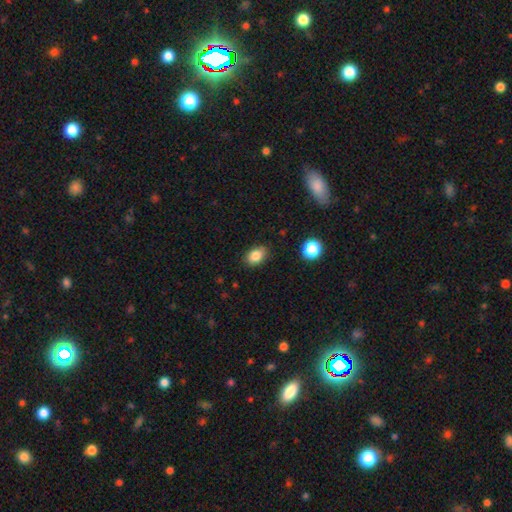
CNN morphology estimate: This is clearly a smooth galaxy (85%). How rounded: likely in between (79%). Merging: clearly none (83%).